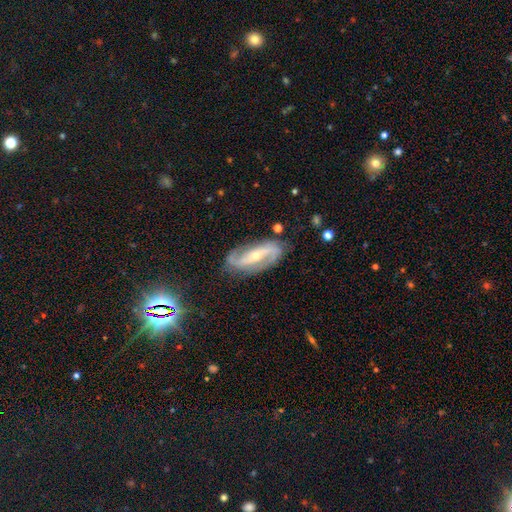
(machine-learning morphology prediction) This appears to be a featured or disk galaxy (88%) with a strong bar (44%), 2 (91%) medium (45%) spiral arms (96%) and a small central bulge (59%). Merging: none (79%).